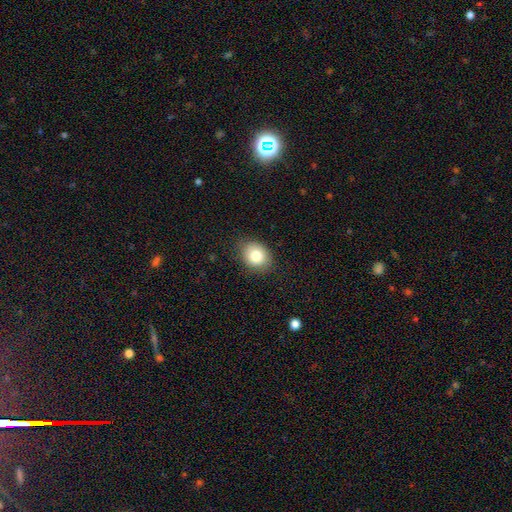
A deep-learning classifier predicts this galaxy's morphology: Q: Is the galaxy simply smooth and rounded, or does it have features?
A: smooth — 82%.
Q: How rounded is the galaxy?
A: in between — 53%.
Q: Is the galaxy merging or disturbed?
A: none — 83%.